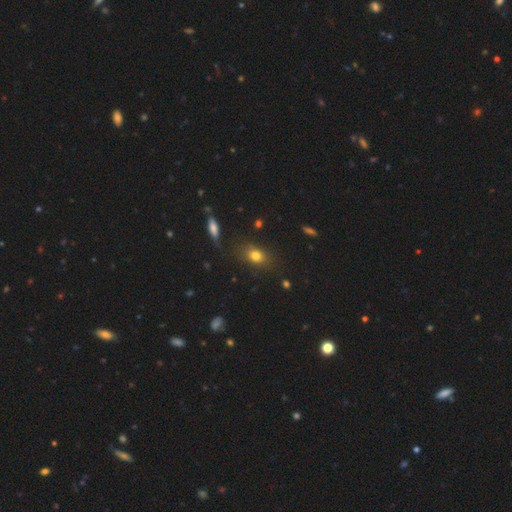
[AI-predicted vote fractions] Smooth or featured?
  - smooth: 78% *
  - star or artifact: 13%
  - featured or disk: 10%
How rounded?
  - in between: 63% *
  - round: 33%
  - cigar-shaped: 4%
Merging?
  - none: 78% *
  - minor disturbance: 15%
  - major disturbance: 5%
  - merger: 3%